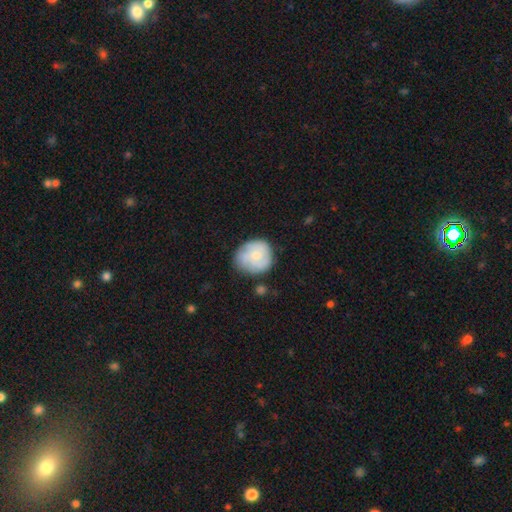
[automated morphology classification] Q: Smooth or featured?
A: smooth (47%); tied with: featured or disk (47%)
Q: Merging?
A: none (72%); runner-up: minor disturbance (20%)